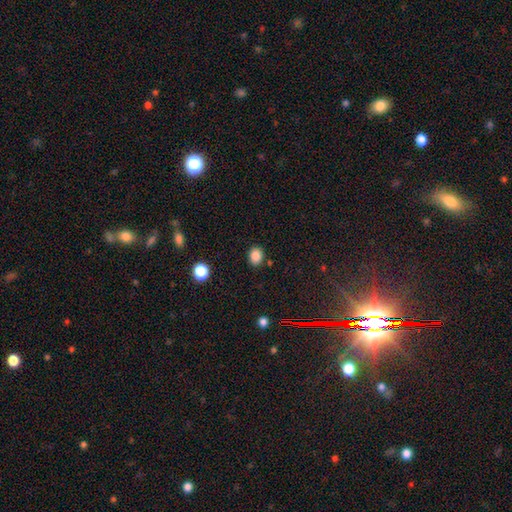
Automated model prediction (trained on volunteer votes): Smooth or featured? smooth (85%)
How rounded? in between (51%)
Merging? none (84%)